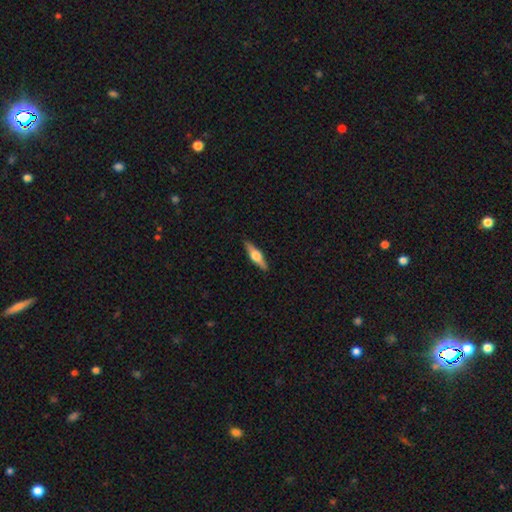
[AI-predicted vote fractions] Overall: featured or disk (62%; smooth 32%). Edge-on disk: yes (96%). Edge-on bulge: rounded (94%). Merging: none (90%).